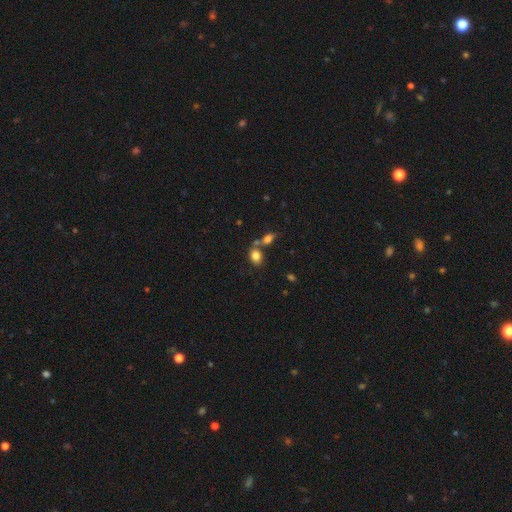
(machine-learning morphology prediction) A smooth galaxy with no disk features (81%) that is in between round and cigar-shaped (68%).

Vote fractions:
- Smooth or featured? smooth: 81% / star or artifact: 10% / featured or disk: 9%
- How rounded? in between: 68% / round: 31% / cigar-shaped: 2%
- Merging? none: 52% / merger: 32% / minor disturbance: 11% / major disturbance: 4%